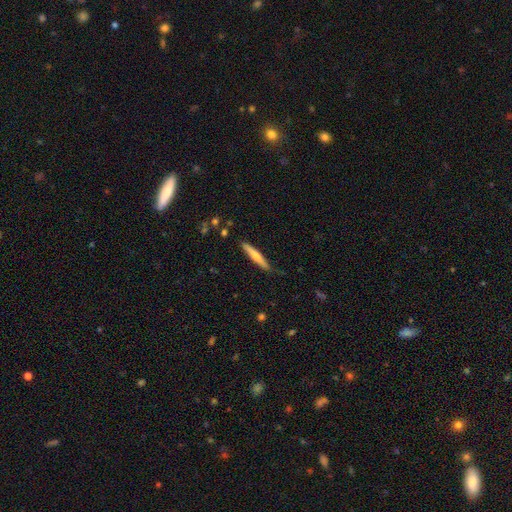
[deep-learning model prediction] Smooth or featured? smooth (56%)
How rounded? cigar-shaped (93%)
Merging? none (87%)